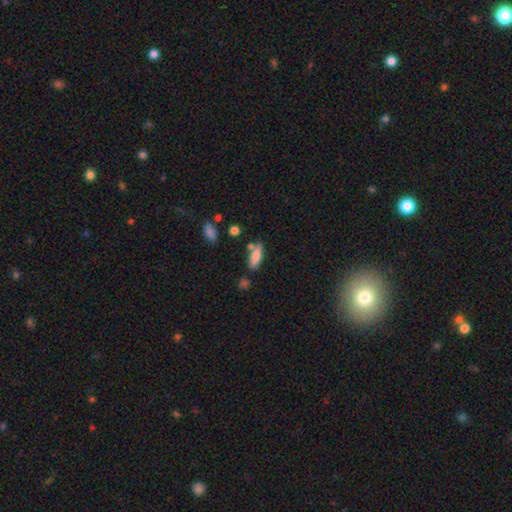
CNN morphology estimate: type=smooth (76%); roundness=in between (64%); merging=none (69%).